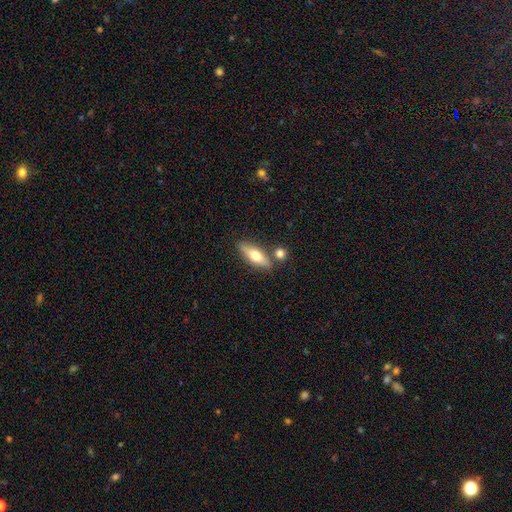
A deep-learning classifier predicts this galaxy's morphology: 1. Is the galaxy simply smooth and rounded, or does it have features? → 57% smooth, 37% featured or disk, 6% star or artifact.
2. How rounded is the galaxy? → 52% in between, 45% cigar-shaped, 4% round.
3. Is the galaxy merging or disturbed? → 75% none, 12% merger, 11% minor disturbance, 3% major disturbance.